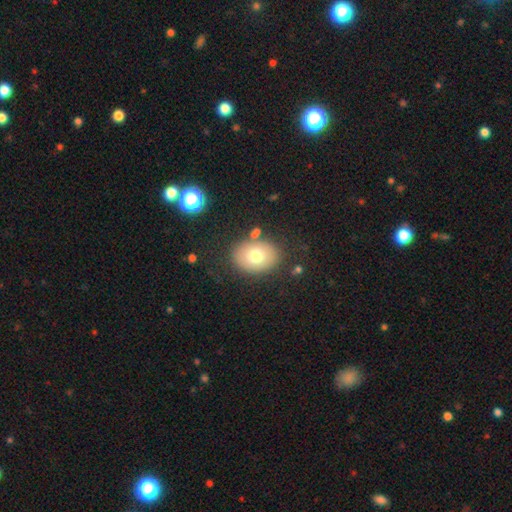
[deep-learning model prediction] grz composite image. It shows a smooth galaxy with no disk features (73%) that is in between round and cigar-shaped (65%). Merging: none (81%).